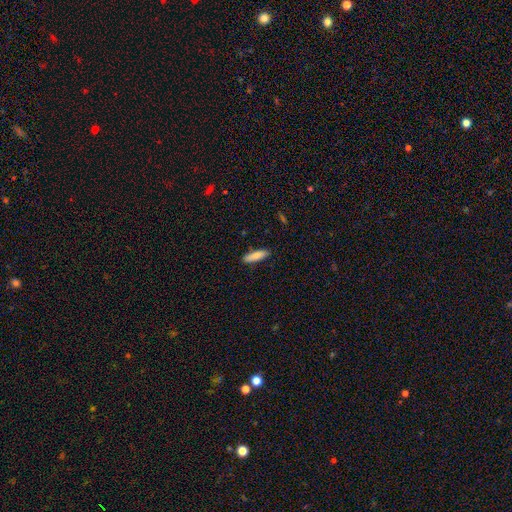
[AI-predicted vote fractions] A smooth galaxy with no disk features (85%) that is cigar-shaped (62%).

Vote fractions:
- Smooth or featured? smooth: 85% / featured or disk: 9% / star or artifact: 6%
- How rounded? cigar-shaped: 62% / in between: 37% / round: 2%
- Merging? none: 88% / minor disturbance: 9% / major disturbance: 2% / merger: 1%